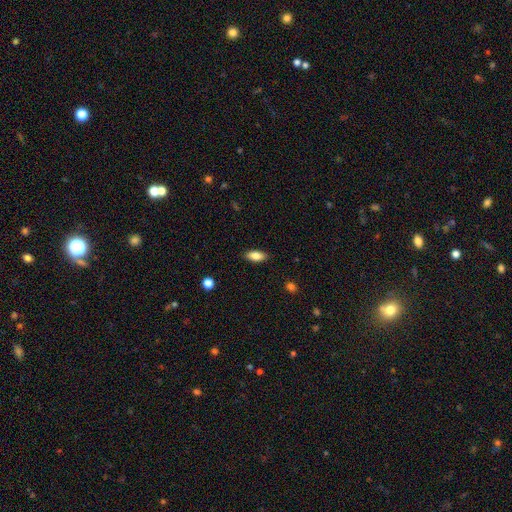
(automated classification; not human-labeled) Morphology: type=smooth (83%); roundness=in between (85%); merging=none (88%).